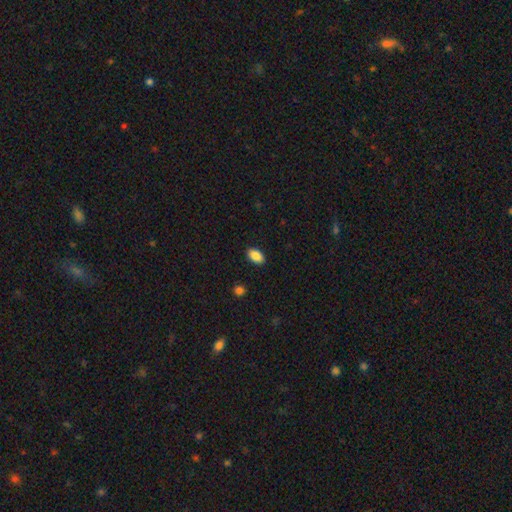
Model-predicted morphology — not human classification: Q: Smooth or featured?
A: smooth (88%); runner-up: star or artifact (8%)
Q: How rounded?
A: in between (93%); runner-up: round (5%)
Q: Merging?
A: none (90%); runner-up: minor disturbance (7%)